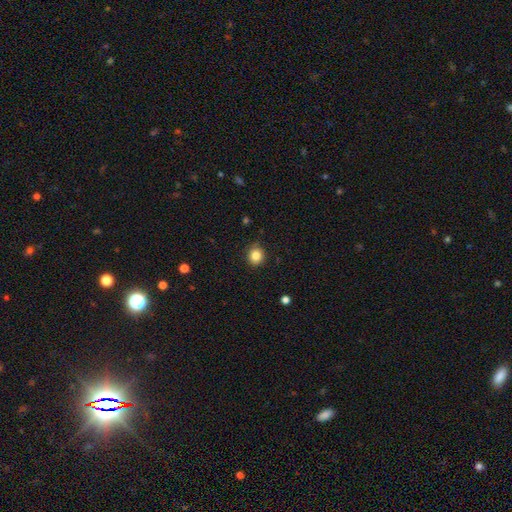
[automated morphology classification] Smooth or featured: smooth — 83% (star or artifact — 11%)
How rounded: round — 78% (in between — 21%)
Merging: none — 84% (minor disturbance — 12%)